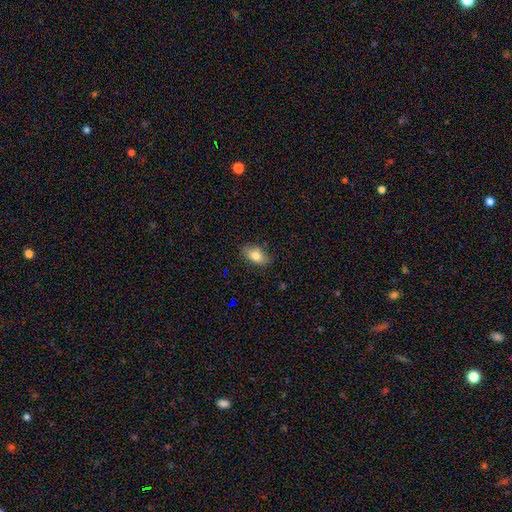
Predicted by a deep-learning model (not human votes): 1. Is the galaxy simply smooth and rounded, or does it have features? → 80% smooth, 12% featured or disk, 8% star or artifact.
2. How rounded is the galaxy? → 90% in between, 6% round, 4% cigar-shaped.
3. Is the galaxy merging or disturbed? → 84% none, 13% minor disturbance, 3% major disturbance, 1% merger.